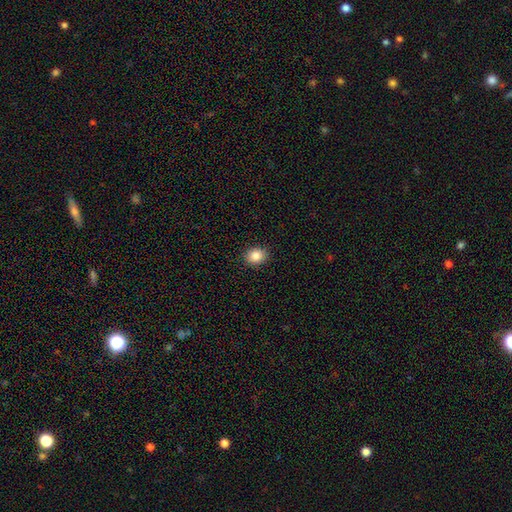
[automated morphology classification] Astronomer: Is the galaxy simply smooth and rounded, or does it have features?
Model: smooth — 86%.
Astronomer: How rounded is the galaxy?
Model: round — 58% (runner-up: in between, 42%).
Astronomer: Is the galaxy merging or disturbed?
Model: none — 90%.